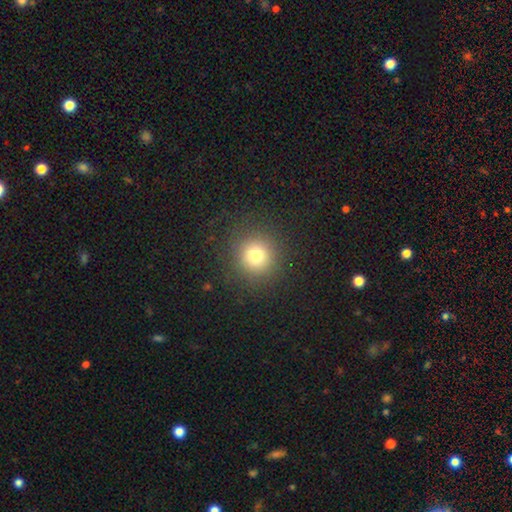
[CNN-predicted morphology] This appears to be a smooth galaxy with no disk features (74%) that is round (94%). Merging: none (88%).